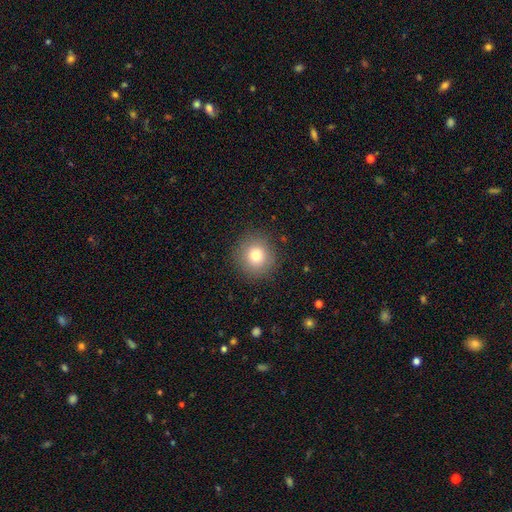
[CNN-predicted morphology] Q: Smooth or featured?
A: smooth (78%); runner-up: star or artifact (12%)
Q: How rounded?
A: round (93%); runner-up: in between (6%)
Q: Merging?
A: none (89%); runner-up: minor disturbance (7%)